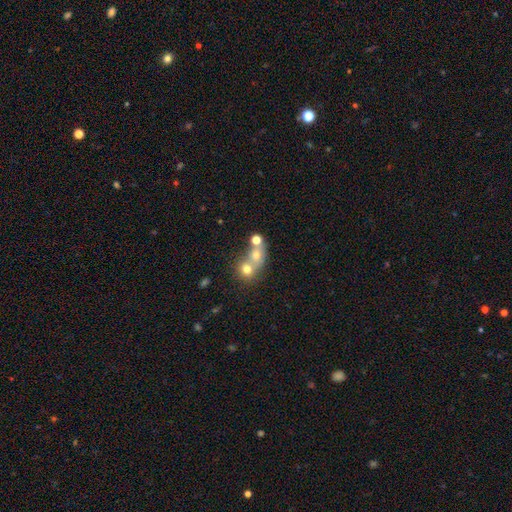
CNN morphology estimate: Smooth or featured: smooth — 61% (featured or disk — 22%)
How rounded: round — 72% (in between — 27%)
Merging: merger — 59% (none — 30%)